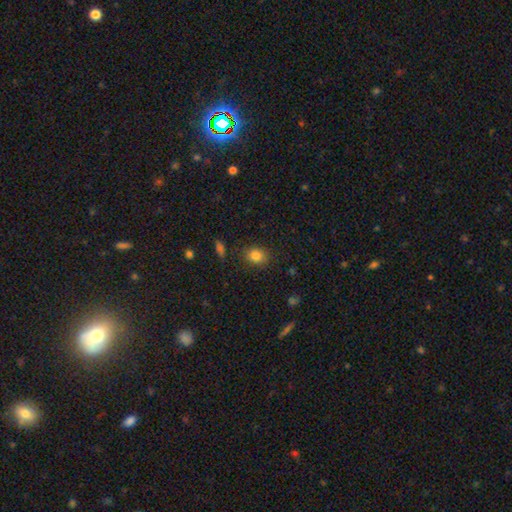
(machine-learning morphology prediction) type=smooth (83%); roundness=round (51%); merging=none (83%).